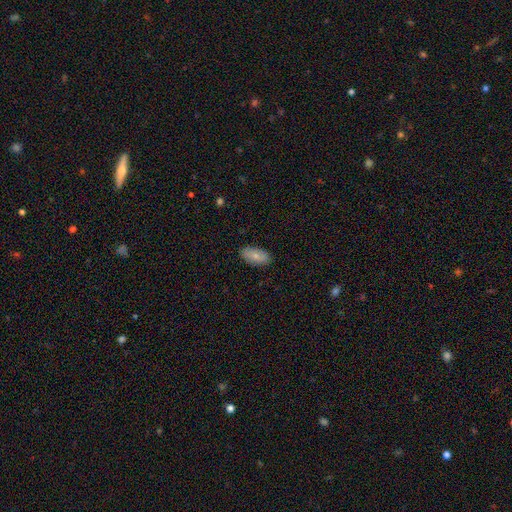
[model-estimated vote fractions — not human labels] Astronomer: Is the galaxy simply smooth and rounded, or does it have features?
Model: smooth — 73%.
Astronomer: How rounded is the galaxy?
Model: in between — 93%.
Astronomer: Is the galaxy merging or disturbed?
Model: none — 87%.